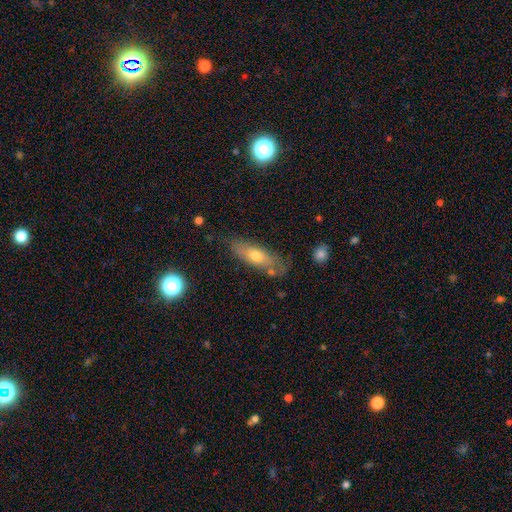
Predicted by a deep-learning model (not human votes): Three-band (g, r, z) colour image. It shows a smooth galaxy with no disk features (61%) that is in between round and cigar-shaped (53%). Merging: none (70%).